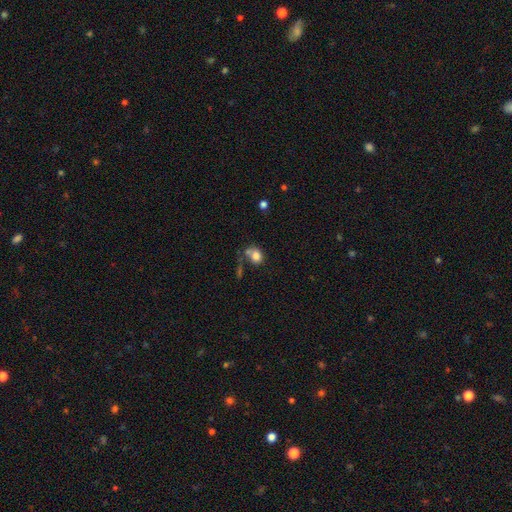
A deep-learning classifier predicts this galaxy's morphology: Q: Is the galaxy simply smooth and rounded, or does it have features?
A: smooth — 77%.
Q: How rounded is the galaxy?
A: in between — 50%.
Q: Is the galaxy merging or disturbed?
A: none — 37%.